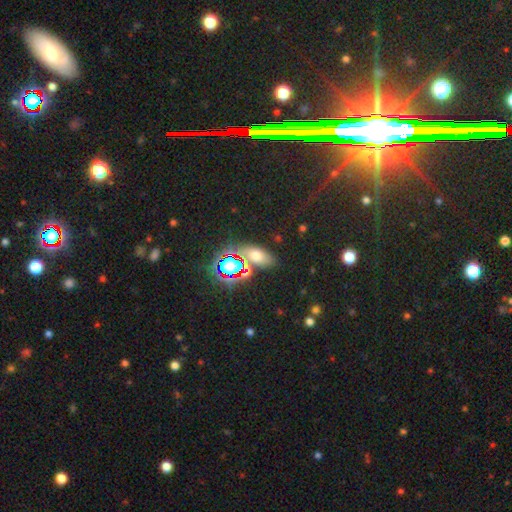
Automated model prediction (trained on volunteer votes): smooth-or-featured: smooth: 53% | star or artifact: 35% | featured or disk: 11%
  how-rounded: in between: 82% | round: 11% | cigar-shaped: 7%
  merging: none: 73% | minor disturbance: 13% | merger: 9% | major disturbance: 6%